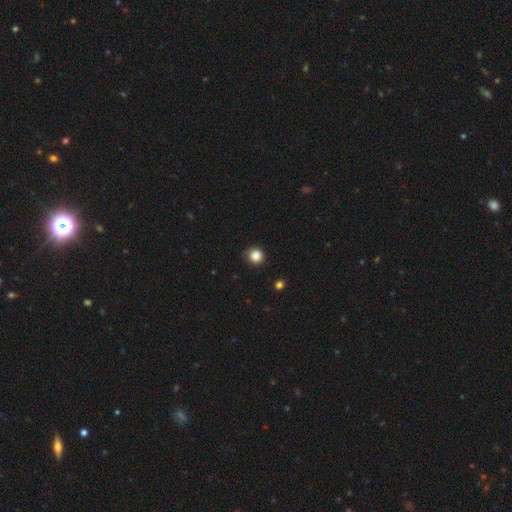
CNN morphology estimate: The model was most divided on "merging": none: 82%, minor disturbance: 14%, major disturbance: 3%, merger: 1%. More confident: how rounded — round (93%); smooth or featured — smooth (86%).